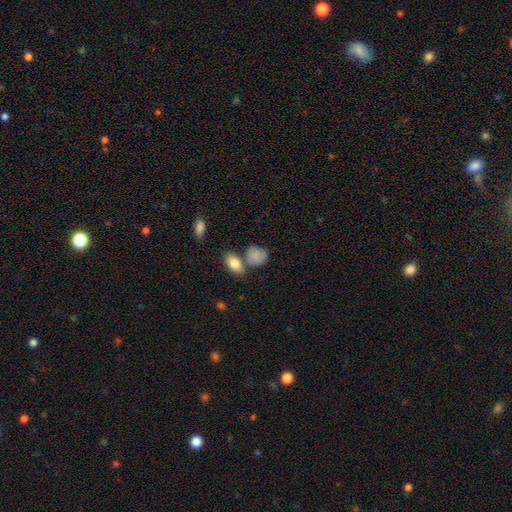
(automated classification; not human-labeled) A smooth galaxy with no disk features (83%) that is round (53%).

Vote fractions:
- Smooth or featured? smooth: 83% / featured or disk: 9% / star or artifact: 8%
- How rounded? round: 53% / in between: 45% / cigar-shaped: 2%
- Merging? none: 57% / minor disturbance: 19% / merger: 18% / major disturbance: 6%